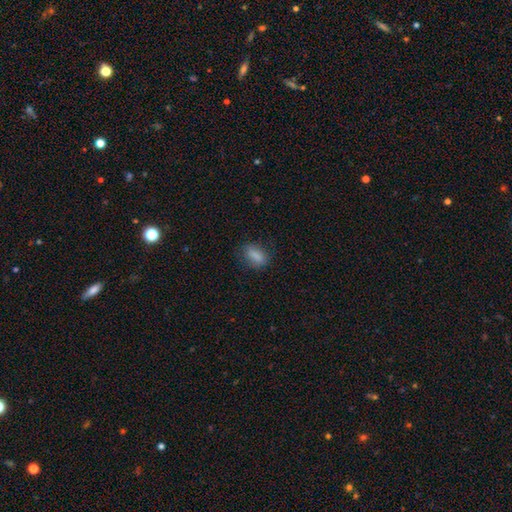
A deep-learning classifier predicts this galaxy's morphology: Smooth or featured: smooth — 84% (star or artifact — 8%)
How rounded: in between — 80% (round — 12%)
Merging: none — 77% (minor disturbance — 17%)